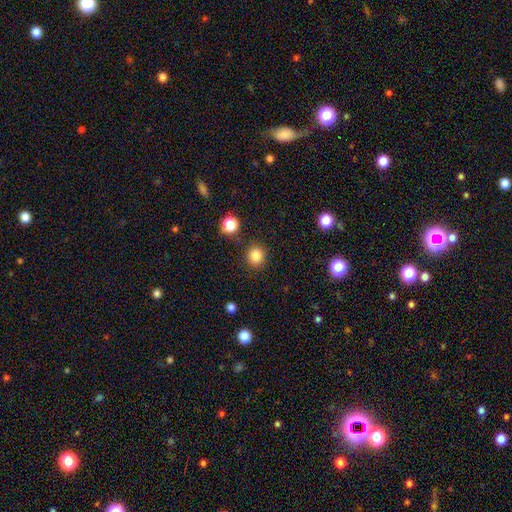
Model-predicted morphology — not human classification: smooth-or-featured: smooth: 84% | star or artifact: 12% | featured or disk: 4%
  how-rounded: round: 86% | in between: 13% | cigar-shaped: 1%
  merging: none: 88% | minor disturbance: 7% | merger: 3% | major disturbance: 3%